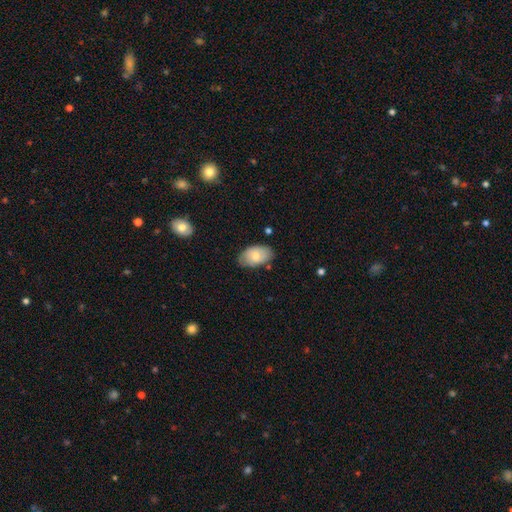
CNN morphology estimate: type=smooth (68%); roundness=in between (92%); merging=none (75%).